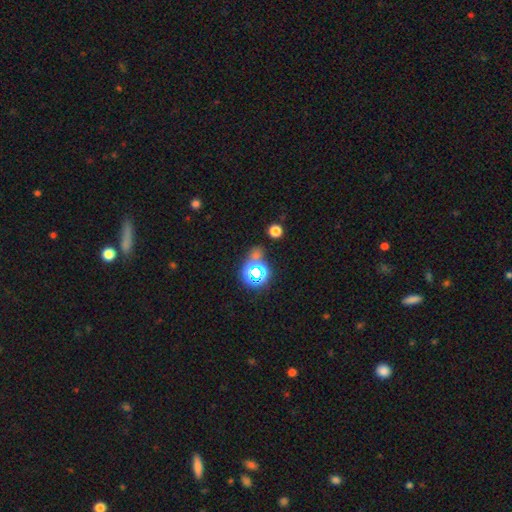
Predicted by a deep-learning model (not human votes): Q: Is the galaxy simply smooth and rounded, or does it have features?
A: star or artifact — 57%.